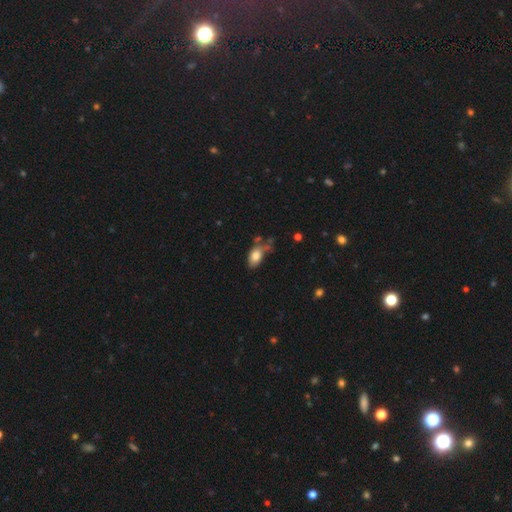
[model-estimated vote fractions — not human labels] This appears to be a smooth galaxy with no disk features (80%) that is in between round and cigar-shaped (88%). Merging: none (43%).